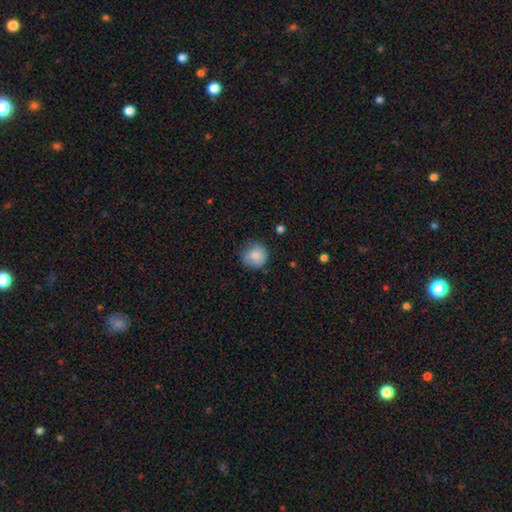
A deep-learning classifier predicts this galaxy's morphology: Smooth or featured? smooth (81%)
How rounded? round (90%)
Merging? none (73%)